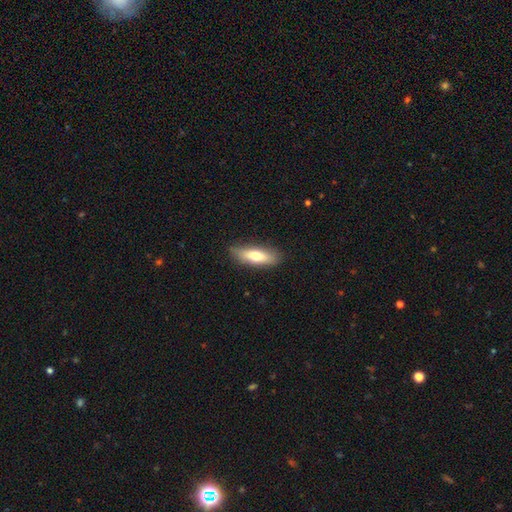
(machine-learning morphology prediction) Smooth or featured: smooth — 67% (featured or disk — 27%)
How rounded: in between — 53% (cigar-shaped — 44%)
Merging: none — 83% (minor disturbance — 13%)